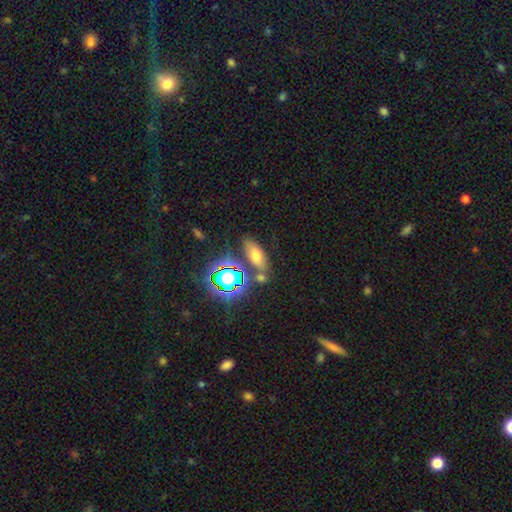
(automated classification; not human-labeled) Overall: smooth (58%; star or artifact 26%). How rounded: in between (75%). Merging: none (69%).